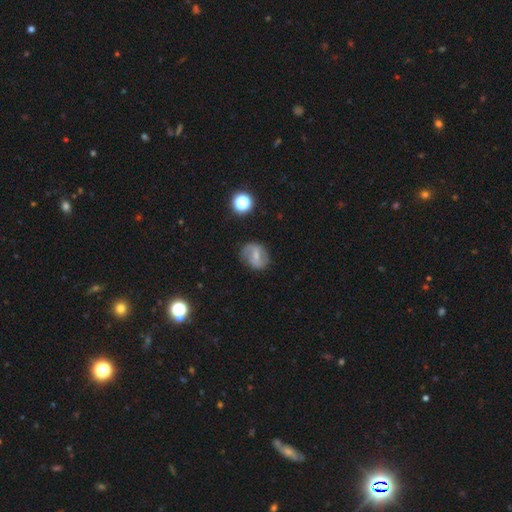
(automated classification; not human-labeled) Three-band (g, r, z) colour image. It shows a featured or disk galaxy (48%). Merging: none (74%).